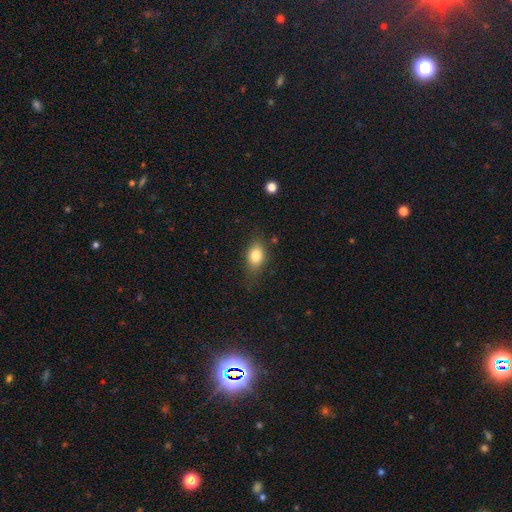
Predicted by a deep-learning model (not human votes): Morphology: type=smooth (81%); roundness=in between (74%); merging=none (70%).